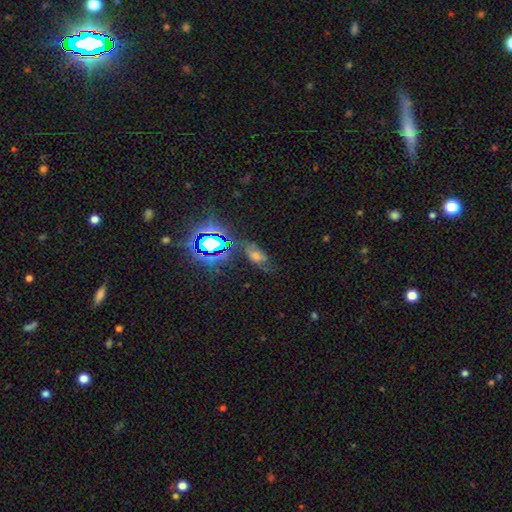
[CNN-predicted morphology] This is marginally a star or artifact rather than a galaxy (40%).